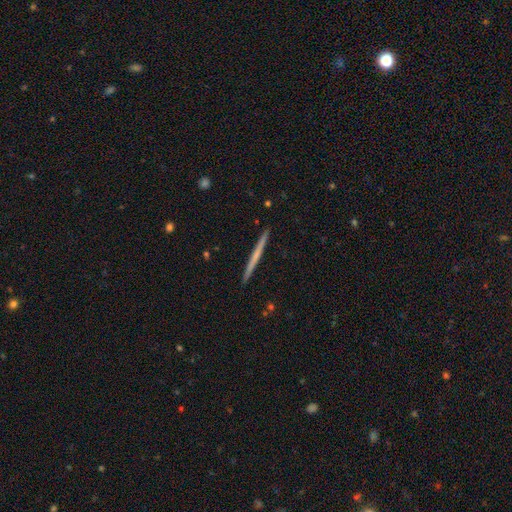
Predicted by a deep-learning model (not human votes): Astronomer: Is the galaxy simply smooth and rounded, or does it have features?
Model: featured or disk — 54% (runner-up: smooth, 41%).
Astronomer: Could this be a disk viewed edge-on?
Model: yes — 98%.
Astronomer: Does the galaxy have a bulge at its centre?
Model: none — 85%.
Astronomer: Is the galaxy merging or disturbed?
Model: none — 93%.